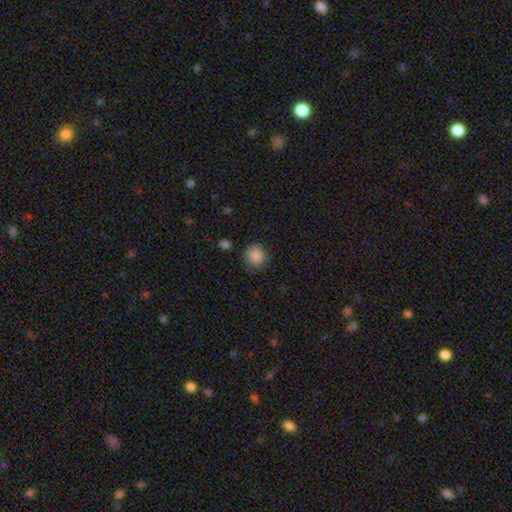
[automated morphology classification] Smooth or featured: smooth — 87% (star or artifact — 9%)
How rounded: round — 86% (in between — 13%)
Merging: none — 77% (minor disturbance — 17%)